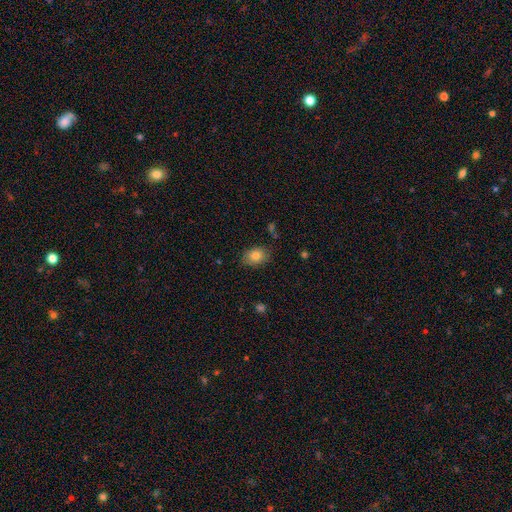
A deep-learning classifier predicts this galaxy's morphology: Overall: smooth (82%). How rounded: in between (71%). Merging: none (81%).